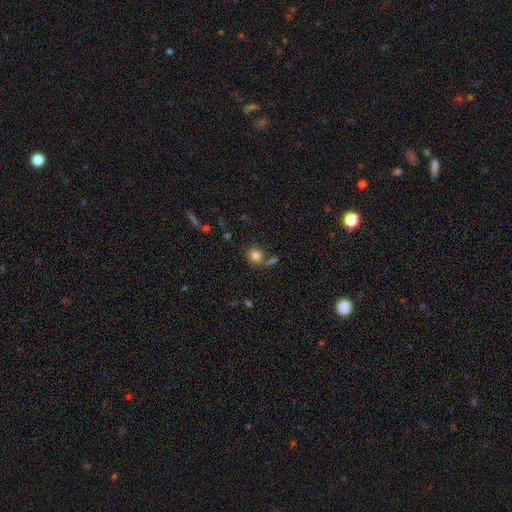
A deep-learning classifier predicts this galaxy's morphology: This is clearly a smooth galaxy (82%). How rounded: clearly round (83%). Merging: likely none (67%).